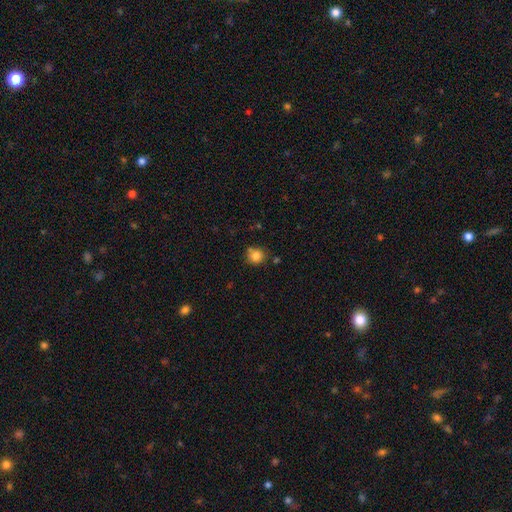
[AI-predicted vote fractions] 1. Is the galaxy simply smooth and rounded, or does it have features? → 82% smooth, 11% star or artifact, 7% featured or disk.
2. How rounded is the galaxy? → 89% round, 10% in between, 1% cigar-shaped.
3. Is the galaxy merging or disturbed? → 78% none, 13% minor disturbance, 6% merger, 3% major disturbance.